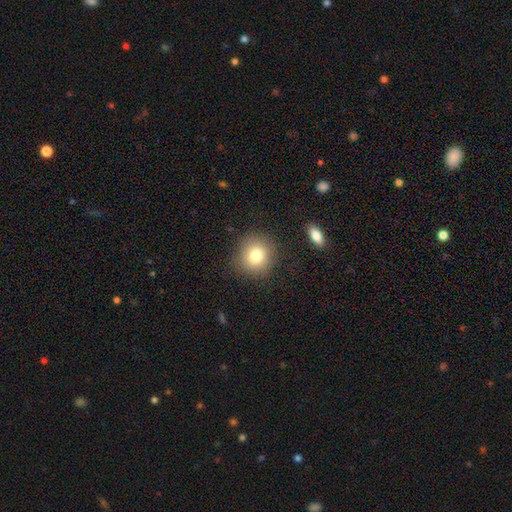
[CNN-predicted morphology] smooth-or-featured: smooth: 79% | star or artifact: 11% | featured or disk: 10%
  how-rounded: round: 88% | in between: 11% | cigar-shaped: 1%
  merging: none: 87% | minor disturbance: 9% | major disturbance: 3% | merger: 2%